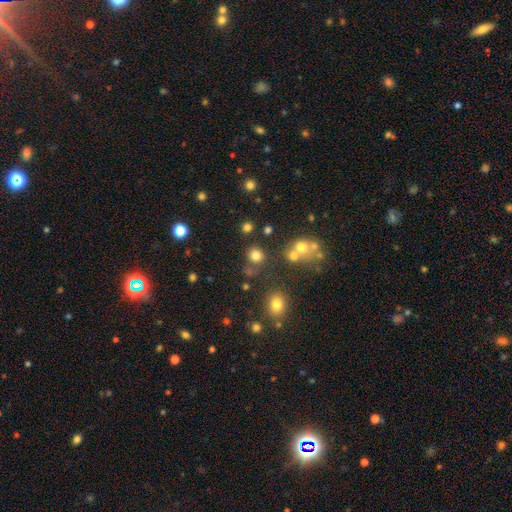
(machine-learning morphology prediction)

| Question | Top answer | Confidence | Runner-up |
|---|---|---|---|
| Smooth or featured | smooth | 78% | star or artifact (15%) |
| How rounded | round | 88% | in between (11%) |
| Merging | none | 76% | merger (10%) |